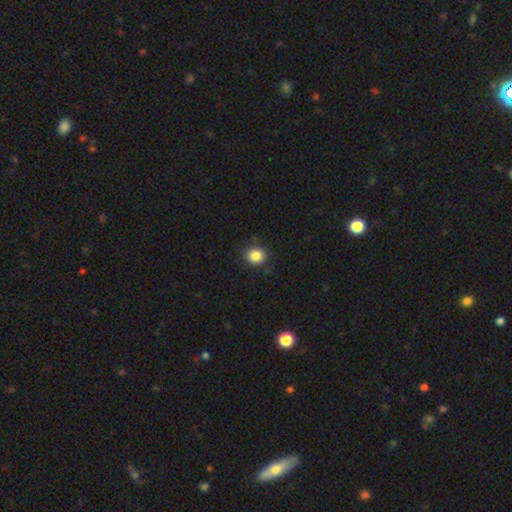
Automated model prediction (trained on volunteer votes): smooth 85%, star or artifact 11%, featured or disk 5%. Down the decision tree: how rounded — round (84%); merging — none (86%).